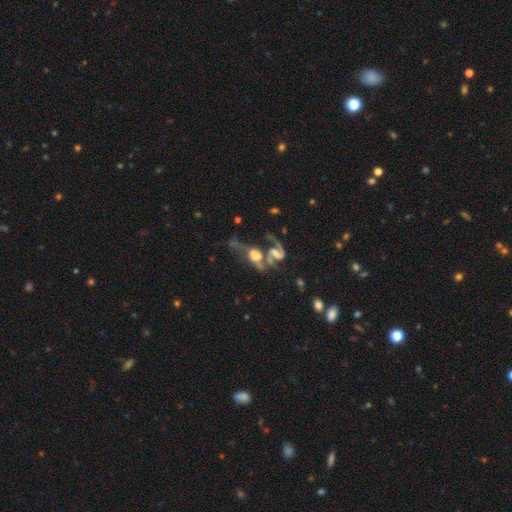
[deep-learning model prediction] This appears to be a featured or disk galaxy (65%) with no bar (53%), spiral arms (71%) and a moderate central bulge (29%). Merging: merger (61%).